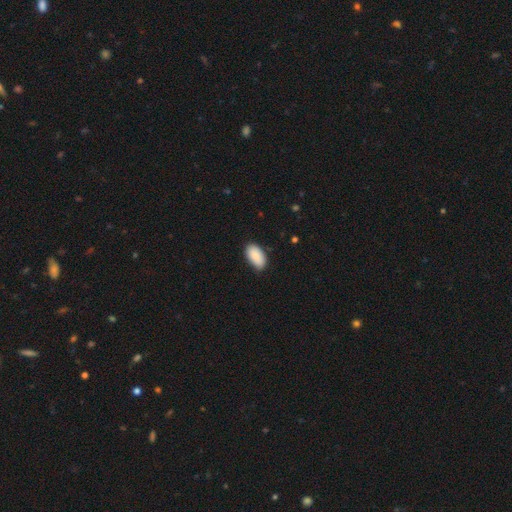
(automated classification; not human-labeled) This is clearly a smooth galaxy (89%). How rounded: clearly in between (95%). Merging: likely none (77%).